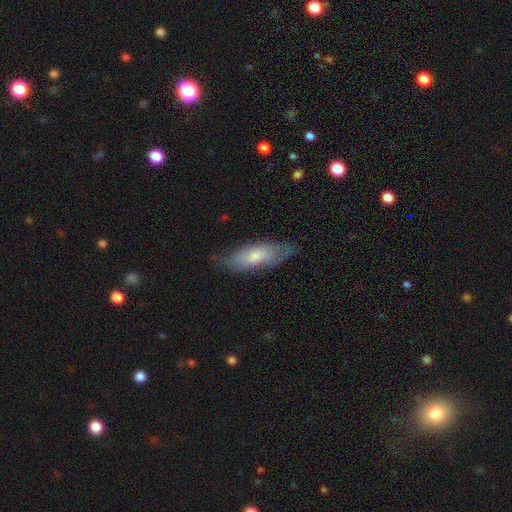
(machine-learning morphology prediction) A smooth galaxy with no disk features (63%) that is in between round and cigar-shaped (62%).

Vote fractions:
- Smooth or featured? smooth: 63% / featured or disk: 31% / star or artifact: 6%
- How rounded? in between: 62% / cigar-shaped: 36% / round: 2%
- Merging? none: 64% / minor disturbance: 27% / major disturbance: 8% / merger: 2%